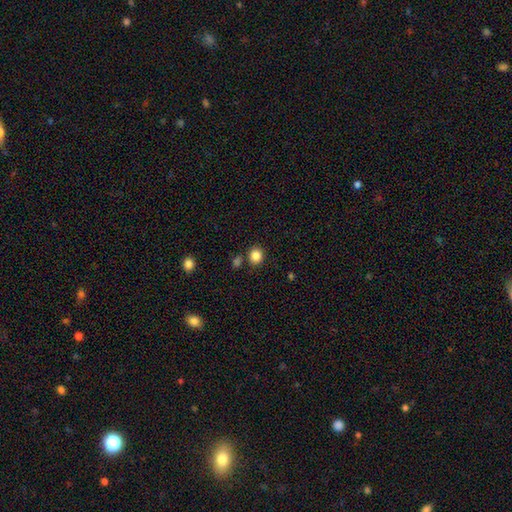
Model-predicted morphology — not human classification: Q: Smooth or featured?
A: smooth (85%); runner-up: star or artifact (11%)
Q: How rounded?
A: round (82%); runner-up: in between (17%)
Q: Merging?
A: none (82%); runner-up: minor disturbance (8%)